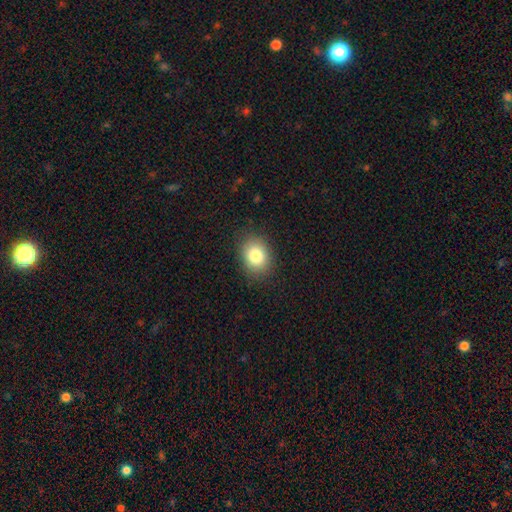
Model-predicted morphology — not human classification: This is clearly a smooth galaxy (82%). How rounded: possibly in between (57%). Merging: clearly none (86%).